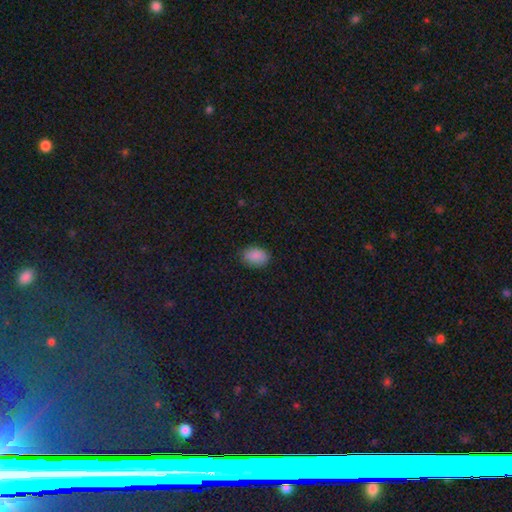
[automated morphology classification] Smooth or featured? smooth (88%)
How rounded? in between (80%)
Merging? none (85%)